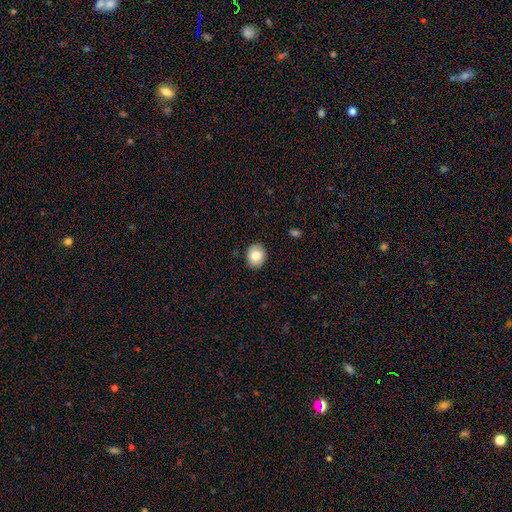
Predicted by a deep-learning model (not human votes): Smooth or featured? smooth (84%)
How rounded? round (53%)
Merging? none (89%)